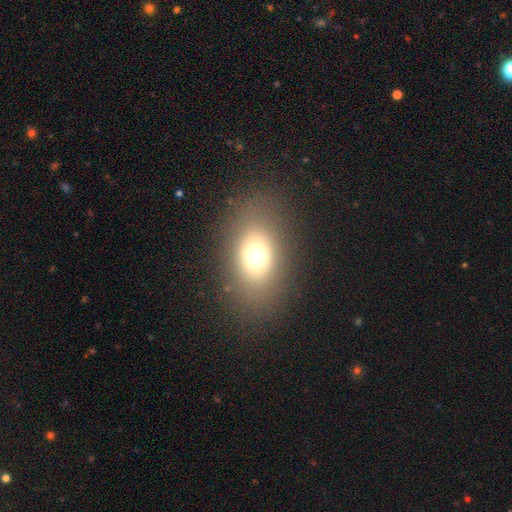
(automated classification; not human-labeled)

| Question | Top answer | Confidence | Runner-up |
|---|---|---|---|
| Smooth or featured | smooth | 68% | featured or disk (16%) |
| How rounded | in between | 72% | round (26%) |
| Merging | none | 83% | minor disturbance (9%) |